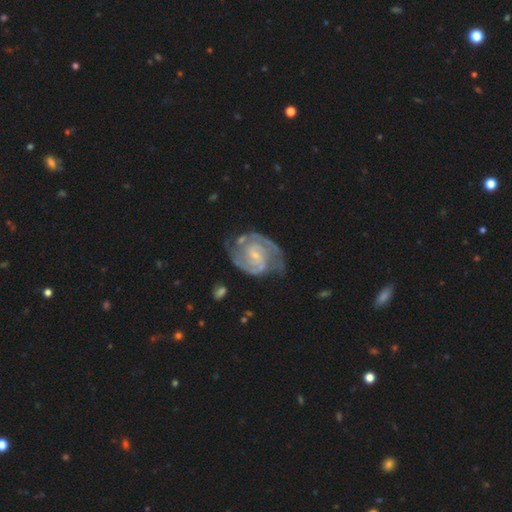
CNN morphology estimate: type=featured or disk (91%); edge-on=no (98%); bar=weak (45%); spiral arms=yes (98%); winding=tight (51%); arm count=2 (76%); bulge=small (76%); merging=none (67%).